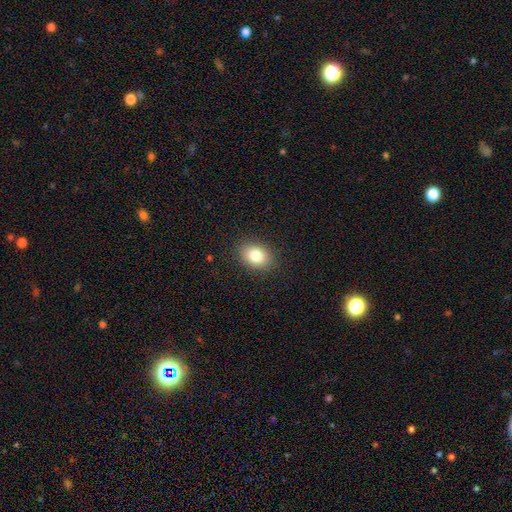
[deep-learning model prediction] Overall: smooth (83%). How rounded: in between (70%). Merging: none (88%).